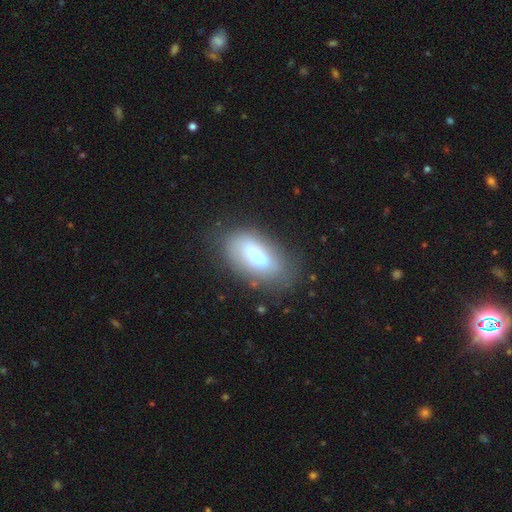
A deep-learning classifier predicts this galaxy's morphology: Overall: smooth (59%; featured or disk 31%). How rounded: in between (88%). Merging: none (70%).